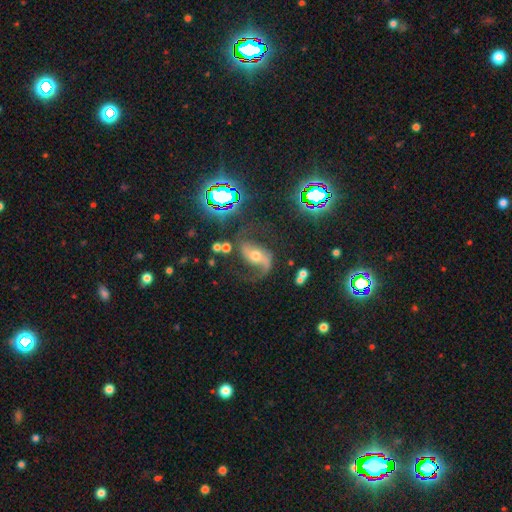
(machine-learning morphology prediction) Smooth or featured? featured or disk (77%)
Edge-on disk? no (95%)
Bar? no (38%)
Spiral arms? yes (94%)
Spiral winding? loose (64%)
Spiral arm count? 2 (78%)
Bulge size? moderate (62%)
Merging? none (58%)